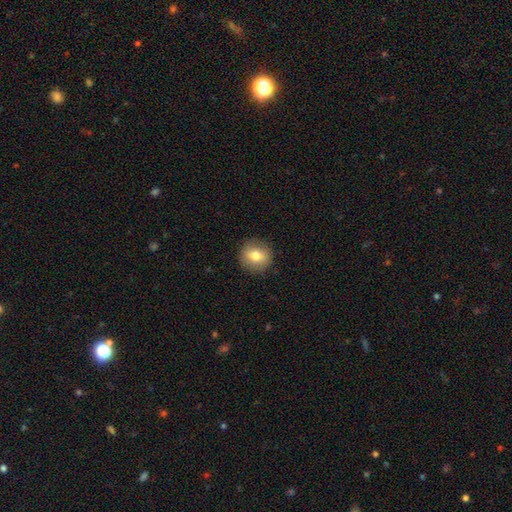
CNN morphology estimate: smooth_or_featured: smooth (p=0.74) [alt: featured or disk p=0.17]
how_rounded: round (p=0.90) [alt: in between p=0.09]
merging: none (p=0.90) [alt: minor disturbance p=0.07]